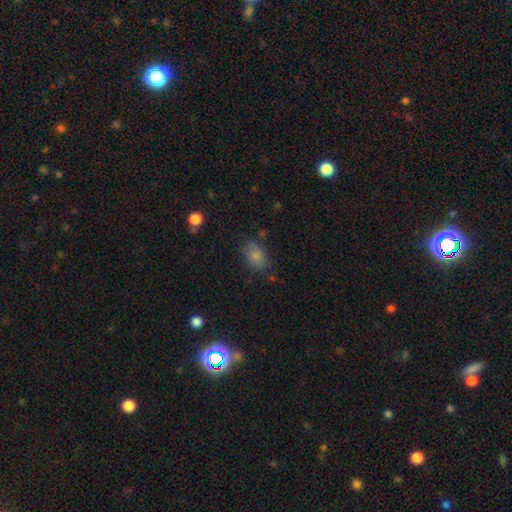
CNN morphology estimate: smooth_or_featured: smooth (p=0.79) [alt: featured or disk p=0.12]
how_rounded: in between (p=0.83) [alt: round p=0.15]
merging: none (p=0.66) [alt: minor disturbance p=0.24]